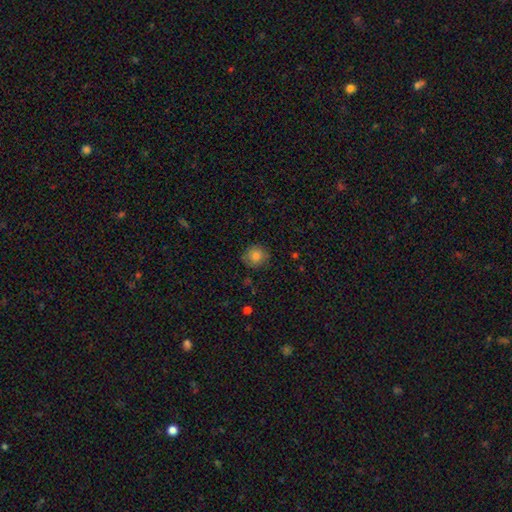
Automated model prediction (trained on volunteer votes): smooth 80%, star or artifact 10%, featured or disk 10%. Down the decision tree: how rounded — round (88%); merging — none (80%).